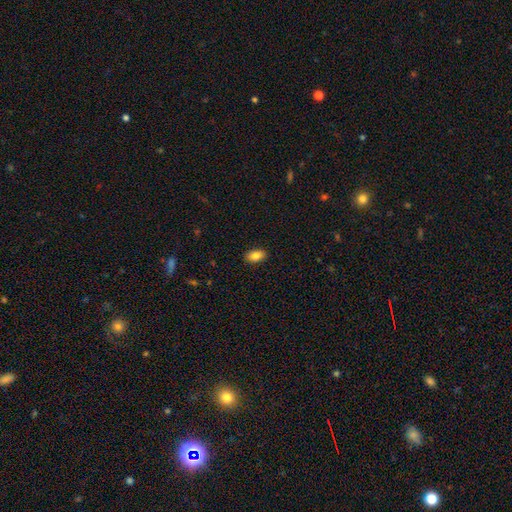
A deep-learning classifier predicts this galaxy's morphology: smooth_or_featured: smooth (p=0.86) [alt: star or artifact p=0.08]
how_rounded: in between (p=0.92) [alt: round p=0.05]
merging: none (p=0.89) [alt: minor disturbance p=0.08]